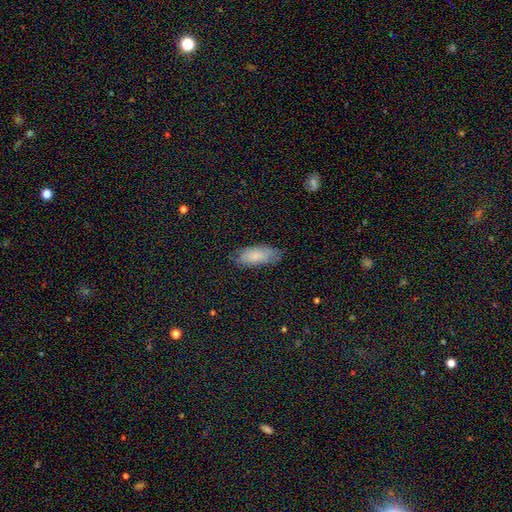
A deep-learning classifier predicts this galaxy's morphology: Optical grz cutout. It shows a smooth galaxy with no disk features (79%) that is in between round and cigar-shaped (82%). Merging: none (71%).